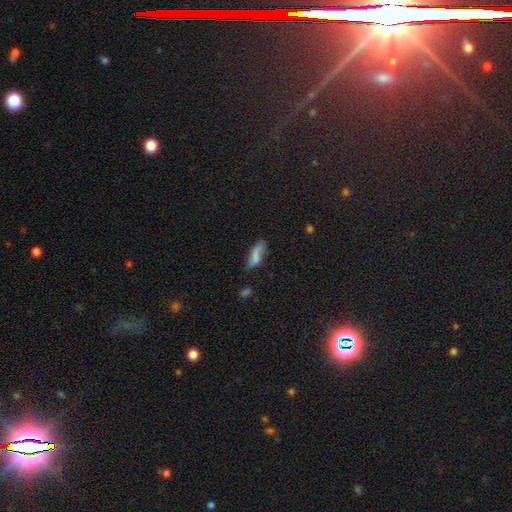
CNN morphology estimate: A smooth galaxy with no disk features (77%) that is in between round and cigar-shaped (66%).

Vote fractions:
- Smooth or featured? smooth: 77% / featured or disk: 15% / star or artifact: 8%
- How rounded? in between: 66% / cigar-shaped: 32% / round: 2%
- Merging? none: 54% / minor disturbance: 32% / major disturbance: 10% / merger: 4%